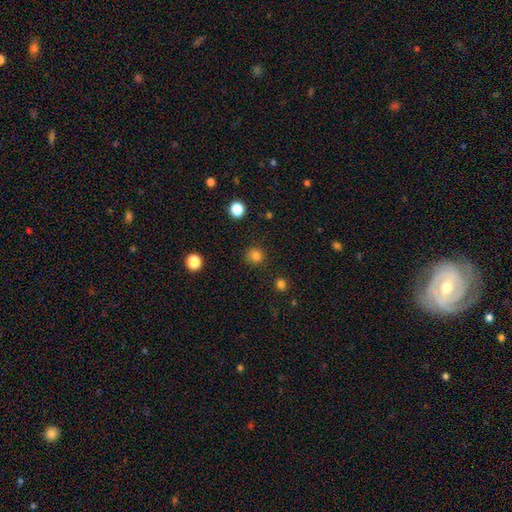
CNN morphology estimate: smooth_or_featured: smooth (p=0.82) [alt: star or artifact p=0.14]
how_rounded: round (p=0.93) [alt: in between p=0.06]
merging: none (p=0.89) [alt: minor disturbance p=0.07]